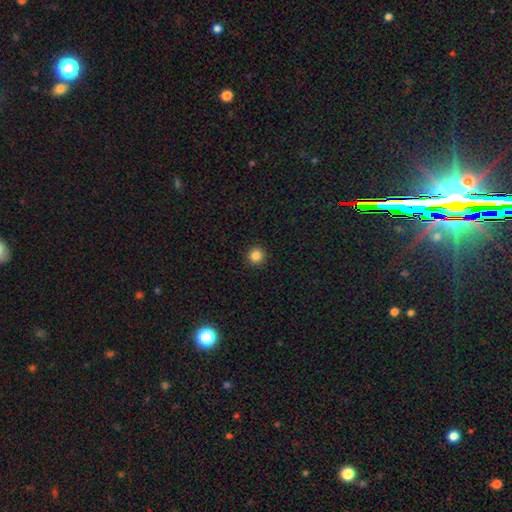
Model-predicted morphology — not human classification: type=smooth (85%); roundness=round (95%); merging=none (93%).